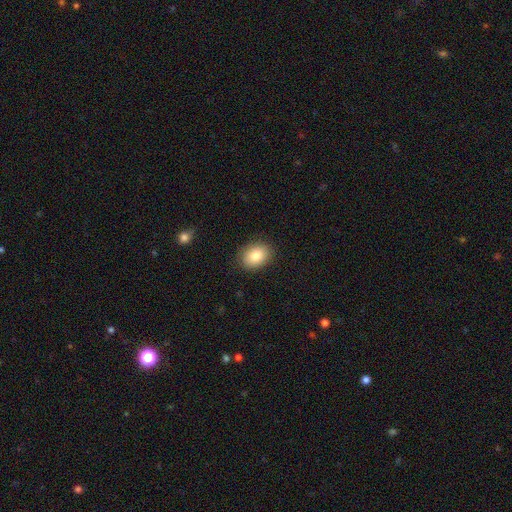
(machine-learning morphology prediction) Smooth or featured?
  - smooth: 84% *
  - featured or disk: 8%
  - star or artifact: 8%
How rounded?
  - in between: 66% *
  - round: 33%
  - cigar-shaped: 1%
Merging?
  - none: 88% *
  - minor disturbance: 9%
  - major disturbance: 2%
  - merger: 1%